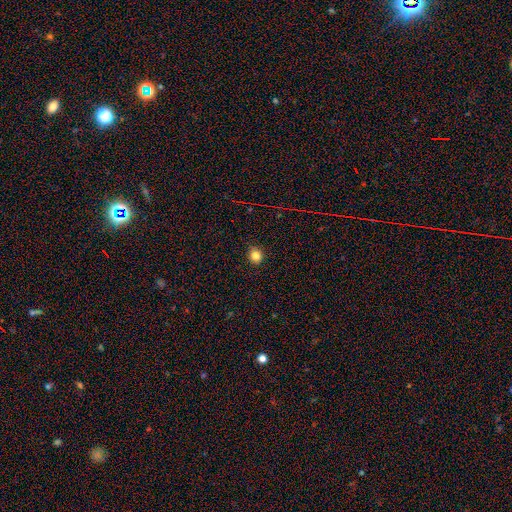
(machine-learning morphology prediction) This is clearly a smooth galaxy (82%). How rounded: likely round (80%). Merging: clearly none (88%).